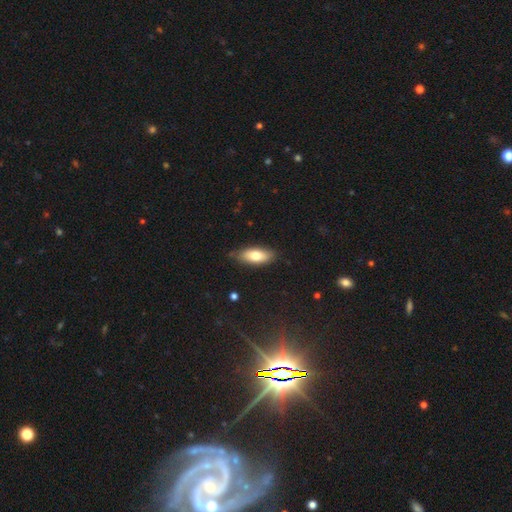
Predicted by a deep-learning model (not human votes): Overall: smooth (73%). How rounded: in between (80%). Merging: none (82%).